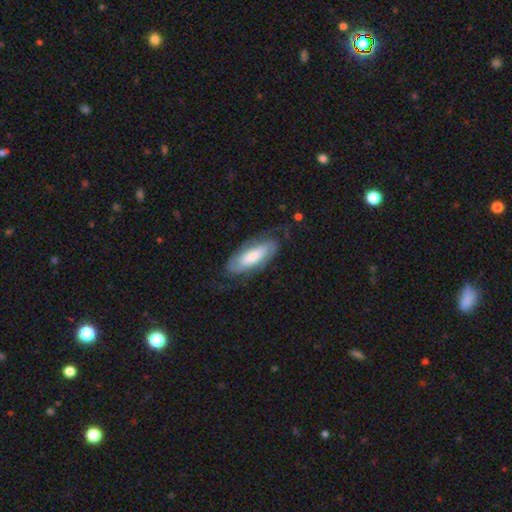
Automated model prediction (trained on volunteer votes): smooth-or-featured: featured or disk: 64% | smooth: 30% | star or artifact: 6%
  disk-edge-on: no: 86% | yes: 14%
    bar: no: 53% | weak: 28% | strong: 19%
    has-spiral-arms: yes: 87% | no: 13%
    bulge-size: moderate: 41% | small: 28% | large: 21% | none: 6% | dominant: 4%
  merging: none: 71% | minor disturbance: 18% | major disturbance: 10% | merger: 1%